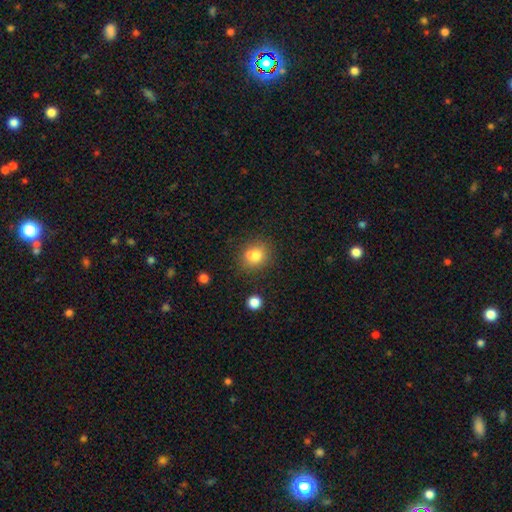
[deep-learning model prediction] Smooth or featured? smooth (73%)
How rounded? round (68%)
Merging? none (54%)